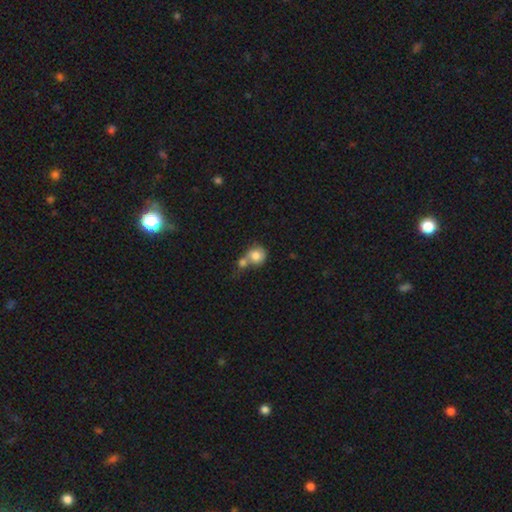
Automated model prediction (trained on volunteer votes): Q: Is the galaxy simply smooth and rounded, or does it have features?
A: smooth — 79%.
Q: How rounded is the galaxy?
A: round — 84%.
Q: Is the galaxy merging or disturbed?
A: merger — 61%.